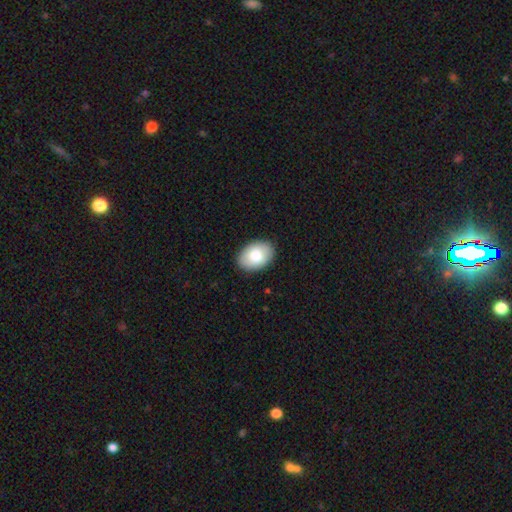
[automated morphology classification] Smooth or featured? Predicted: smooth (p=0.83). How rounded? Predicted: in between (p=0.86). Merging? Predicted: none (p=0.89).